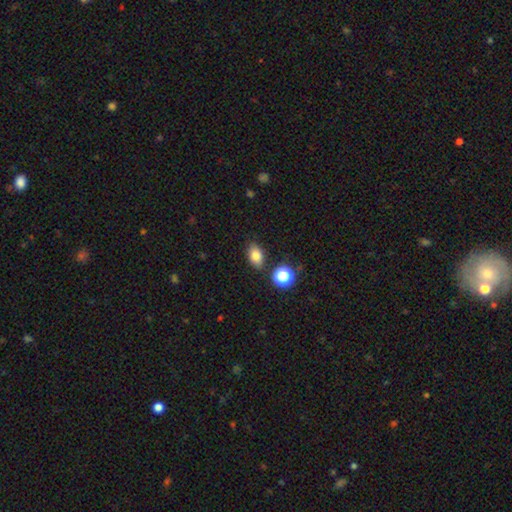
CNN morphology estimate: smooth 79%, star or artifact 12%, featured or disk 9%. Down the decision tree: how rounded — in between (81%); merging — none (84%).